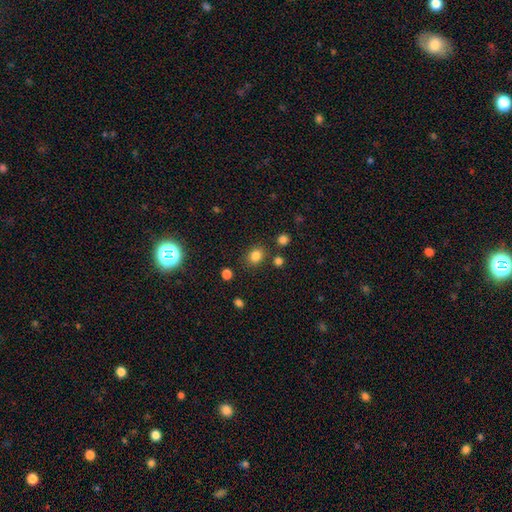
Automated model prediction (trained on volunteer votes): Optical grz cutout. It shows a smooth galaxy with no disk features (82%) that is round (61%). Merging: none (82%).